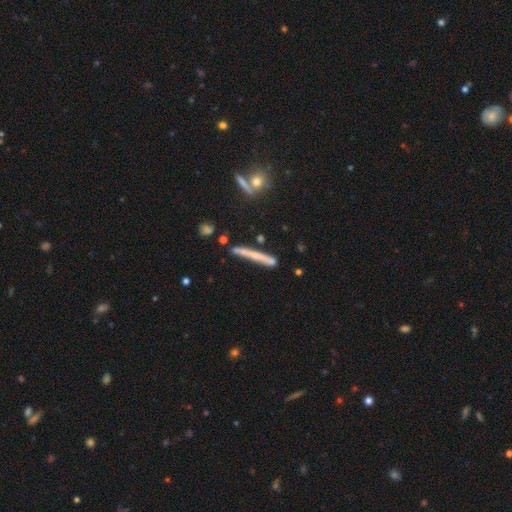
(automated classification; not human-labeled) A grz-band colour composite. It shows a featured or disk galaxy (49%). Merging: none (74%).